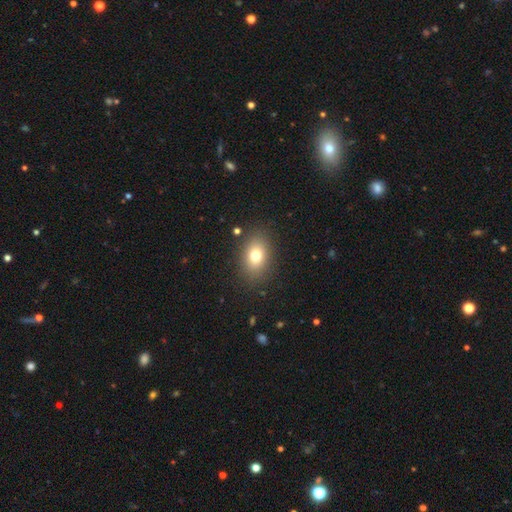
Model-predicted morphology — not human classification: type=smooth (75%); roundness=in between (74%); merging=none (86%).